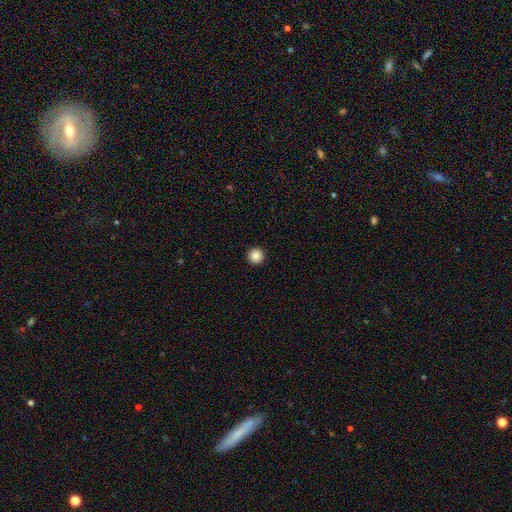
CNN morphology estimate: smooth-or-featured: smooth: 87% | star or artifact: 9% | featured or disk: 4%
  how-rounded: round: 97% | in between: 2% | cigar-shaped: 1%
  merging: none: 94% | minor disturbance: 3% | major disturbance: 1% | merger: 1%